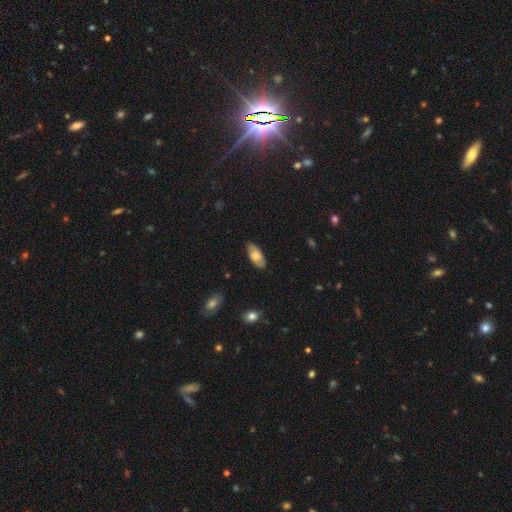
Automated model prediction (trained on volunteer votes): This is likely a smooth galaxy (60%). How rounded: clearly in between (90%). Merging: clearly none (83%).